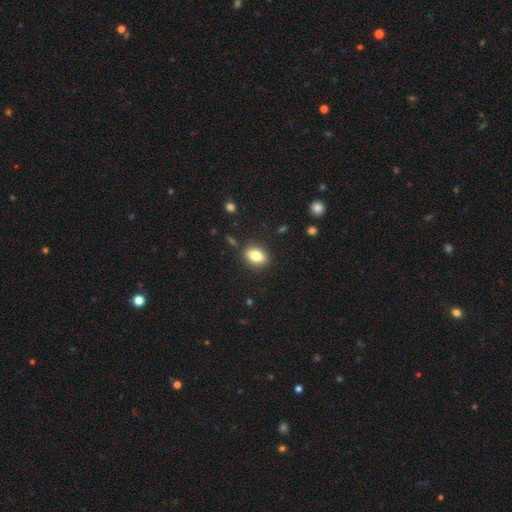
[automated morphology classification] Smooth or featured? smooth (82%)
How rounded? in between (73%)
Merging? none (86%)